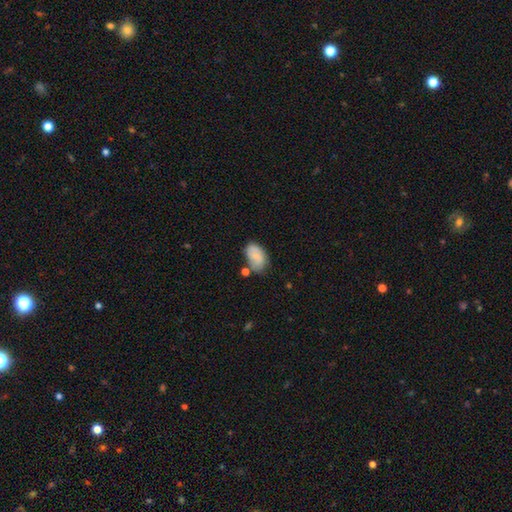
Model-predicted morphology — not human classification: Q: Smooth or featured?
A: smooth (71%); runner-up: featured or disk (21%)
Q: How rounded?
A: in between (91%); runner-up: round (8%)
Q: Merging?
A: none (53%); runner-up: minor disturbance (27%)